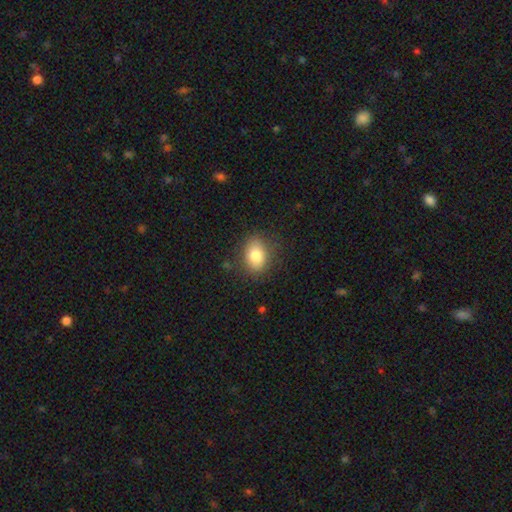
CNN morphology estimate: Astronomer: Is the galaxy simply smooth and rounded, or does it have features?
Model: smooth — 81%.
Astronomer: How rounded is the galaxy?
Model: in between — 69%.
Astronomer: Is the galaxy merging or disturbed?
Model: none — 82%.